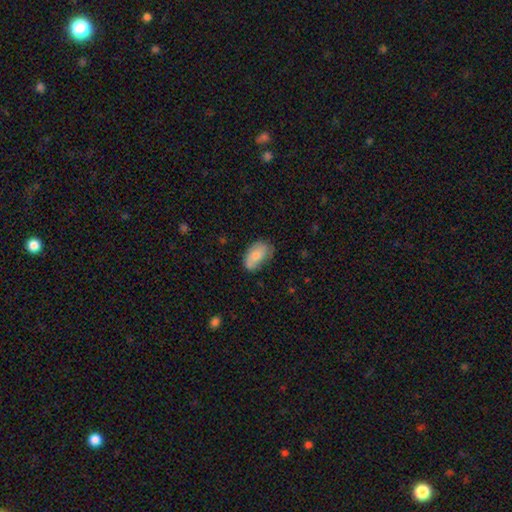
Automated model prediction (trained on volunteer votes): Smooth or featured? smooth (71%)
How rounded? in between (92%)
Merging? none (56%)